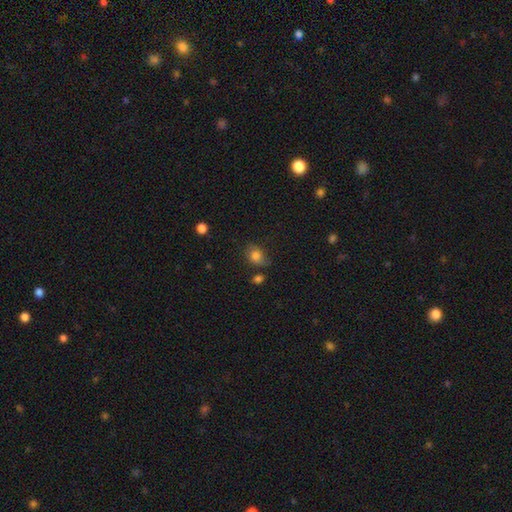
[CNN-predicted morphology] A smooth galaxy with no disk features (79%) that is in between round and cigar-shaped (60%). Merging: none (61%).